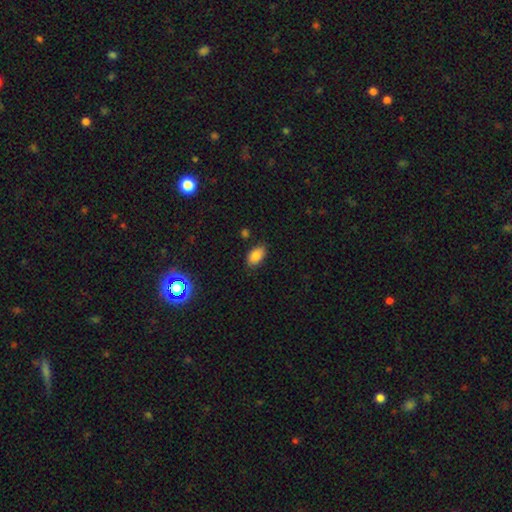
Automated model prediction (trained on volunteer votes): Smooth or featured? Predicted: smooth (p=0.84). How rounded? Predicted: in between (p=0.91). Merging? Predicted: none (p=0.83).